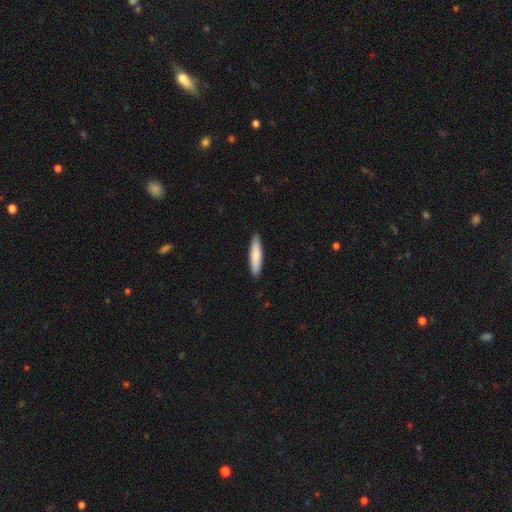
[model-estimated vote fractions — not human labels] This appears to be a smooth galaxy with no disk features (83%) that is cigar-shaped (80%). Merging: none (90%).